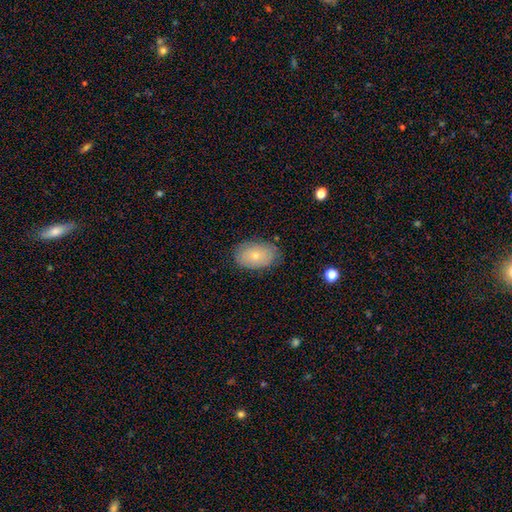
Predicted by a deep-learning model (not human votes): smooth-or-featured: smooth: 71% | featured or disk: 22% | star or artifact: 8%
  how-rounded: in between: 88% | round: 11% | cigar-shaped: 1%
  merging: none: 80% | minor disturbance: 16% | major disturbance: 3% | merger: 1%